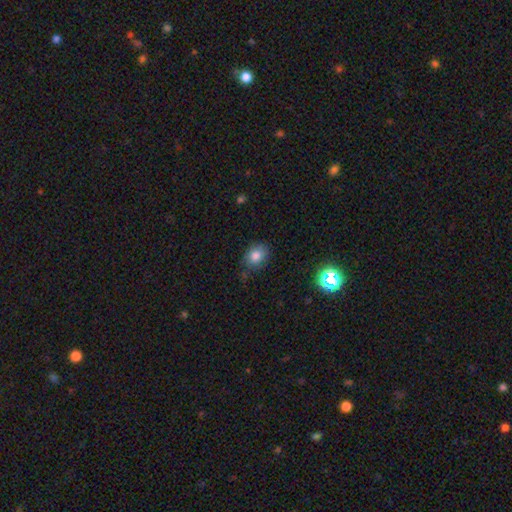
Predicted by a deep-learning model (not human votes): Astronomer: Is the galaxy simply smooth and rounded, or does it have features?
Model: smooth — 81%.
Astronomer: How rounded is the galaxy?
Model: in between — 57% (runner-up: round, 42%).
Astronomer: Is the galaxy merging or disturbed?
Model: none — 76%.